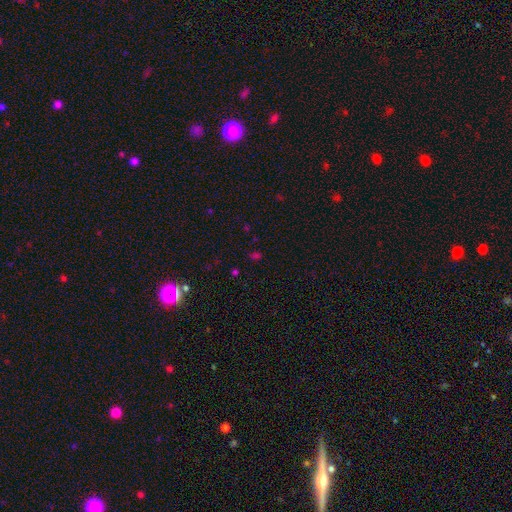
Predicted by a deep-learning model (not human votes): A star or artifact, not a galaxy (47%, tied with smooth).